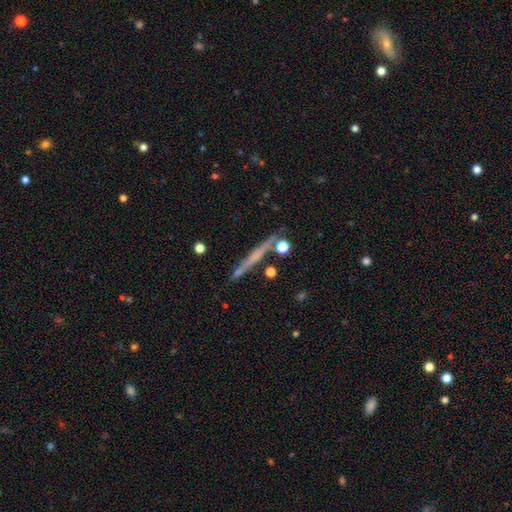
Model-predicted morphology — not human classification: Smooth or featured? Predicted: featured or disk (p=0.55). Edge-on disk? Predicted: yes (p=0.96). Edge-on bulge? Predicted: none (p=0.79). Merging? Predicted: none (p=0.85).